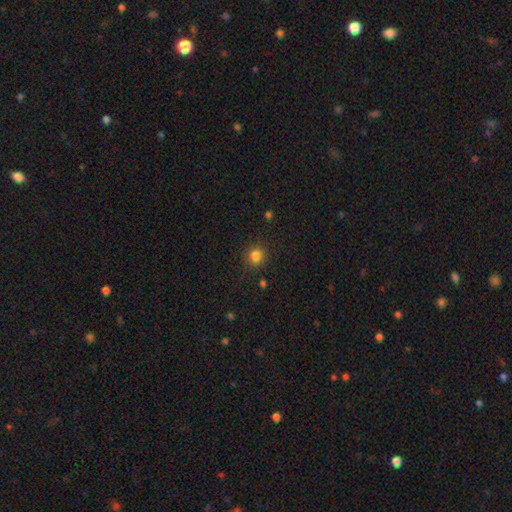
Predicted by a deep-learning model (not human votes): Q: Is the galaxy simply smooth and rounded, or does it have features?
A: smooth — 82%.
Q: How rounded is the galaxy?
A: round — 92%.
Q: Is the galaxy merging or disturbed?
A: none — 88%.